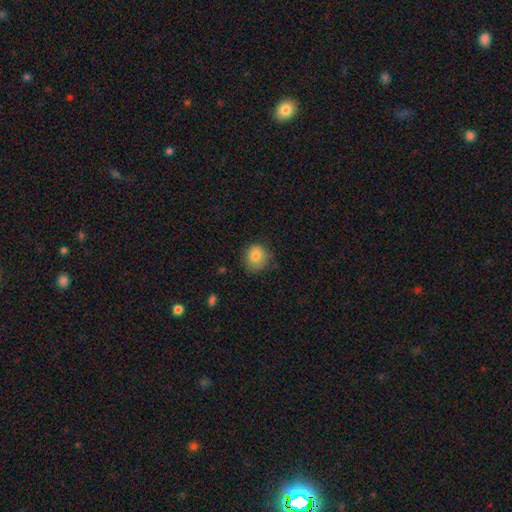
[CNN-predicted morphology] smooth_or_featured: smooth (p=0.82) [alt: featured or disk p=0.09]
how_rounded: round (p=0.85) [alt: in between p=0.15]
merging: none (p=0.73) [alt: minor disturbance p=0.21]